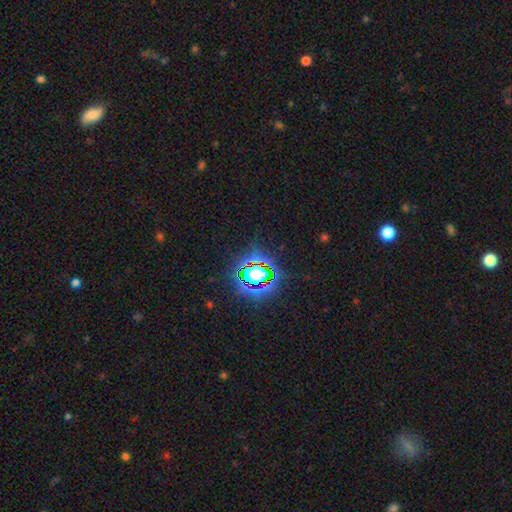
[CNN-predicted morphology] A star or artifact, not a galaxy (80%).

Vote fractions:
- Smooth or featured? star or artifact: 80% / smooth: 12% / featured or disk: 8%